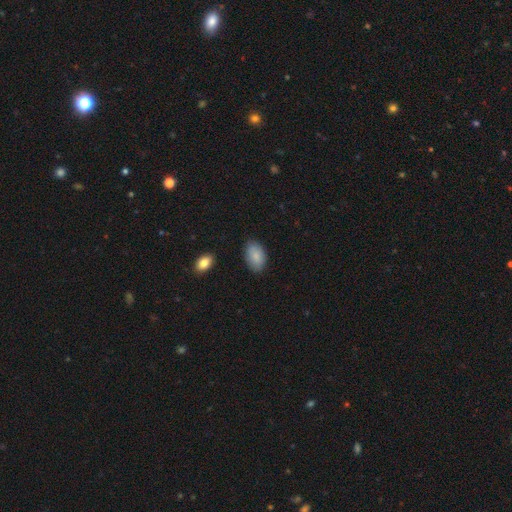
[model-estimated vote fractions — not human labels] smooth_or_featured: smooth (p=0.87) [alt: star or artifact p=0.06]
how_rounded: in between (p=0.93) [alt: round p=0.06]
merging: none (p=0.83) [alt: minor disturbance p=0.13]